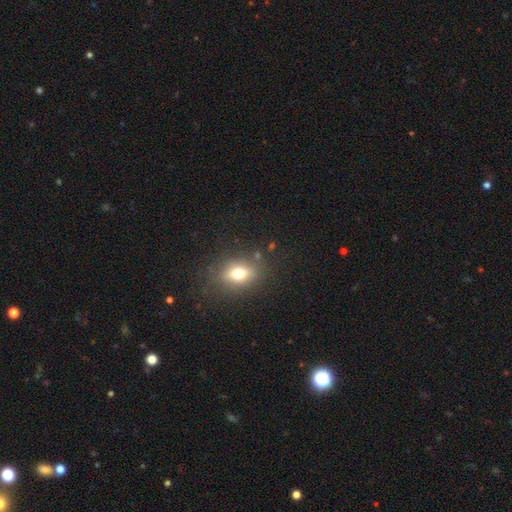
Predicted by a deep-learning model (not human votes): This is likely a smooth galaxy (67%). How rounded: likely in between (62%). Merging: clearly none (84%).